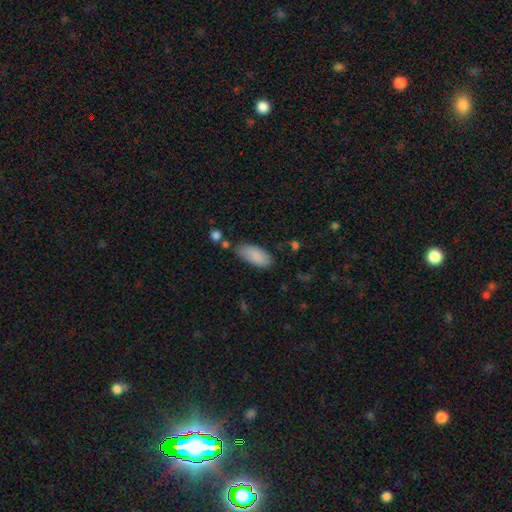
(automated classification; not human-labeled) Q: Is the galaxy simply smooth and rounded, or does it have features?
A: smooth — 88%.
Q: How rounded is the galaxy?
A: in between — 87%.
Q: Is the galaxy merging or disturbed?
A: none — 69%.